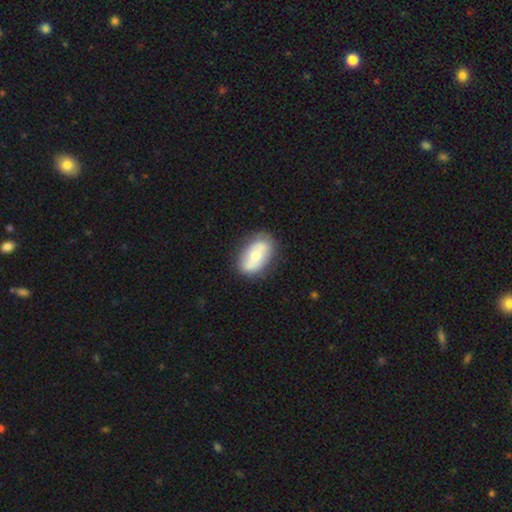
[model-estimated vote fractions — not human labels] Smooth or featured? Predicted: smooth (p=0.55). How rounded? Predicted: in between (p=0.90). Merging? Predicted: none (p=0.75).